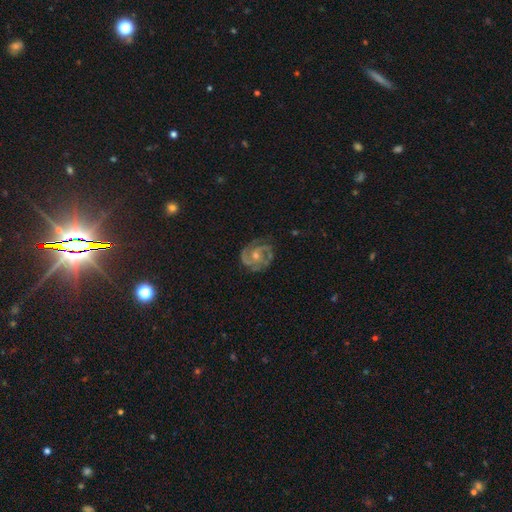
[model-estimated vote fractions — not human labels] smooth-or-featured: featured or disk: 87% | star or artifact: 7% | smooth: 6%
  disk-edge-on: no: 98% | yes: 2%
    bar: no: 65% | weak: 28% | strong: 8%
    has-spiral-arms: yes: 97% | no: 3%
      spiral-winding: tight: 58% | medium: 37% | loose: 6%
      spiral-arm-count: 2: 59% | 3: 22% | can't tell: 9% | 1: 4% | 4: 4% | more than 4: 3%
    bulge-size: moderate: 48% | small: 47% | none: 2% | large: 2% | dominant: 1%
  merging: none: 79% | minor disturbance: 14% | major disturbance: 5% | merger: 1%